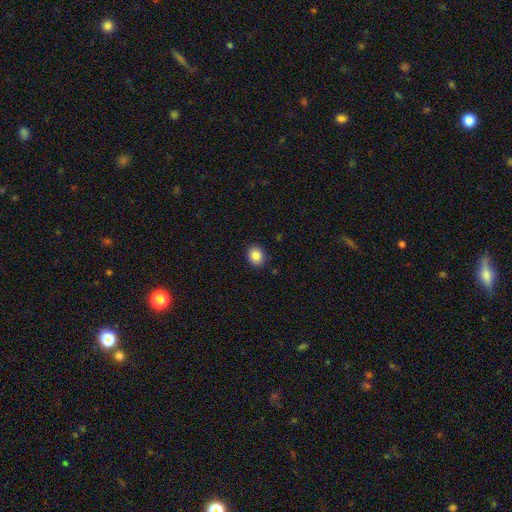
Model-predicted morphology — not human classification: Smooth or featured? Predicted: smooth (p=0.84). How rounded? Predicted: round (p=0.62). Merging? Predicted: none (p=0.90).